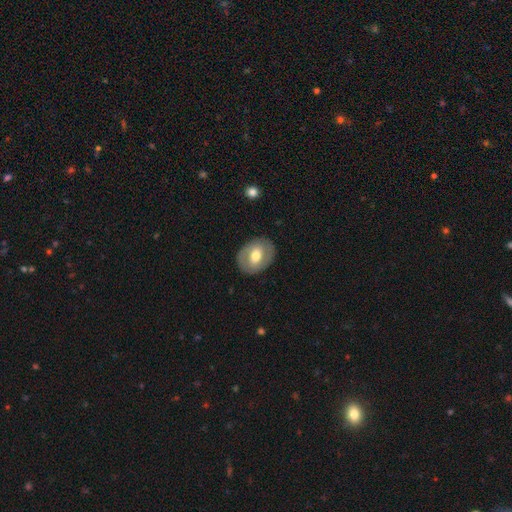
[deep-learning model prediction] This is possibly a smooth galaxy (48%). Merging: clearly none (85%).